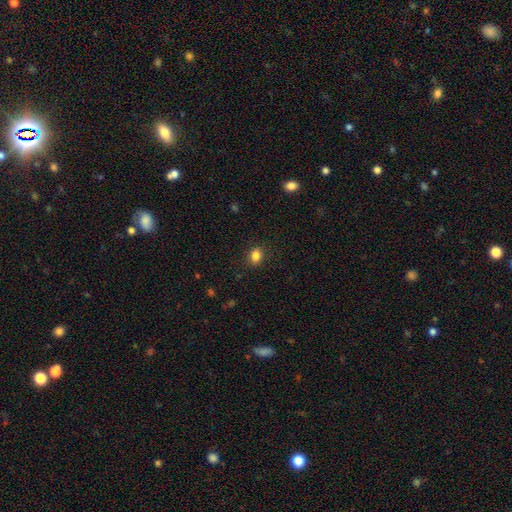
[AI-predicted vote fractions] A smooth galaxy with no disk features (84%) that is in between round and cigar-shaped (58%). Merging: none (87%).